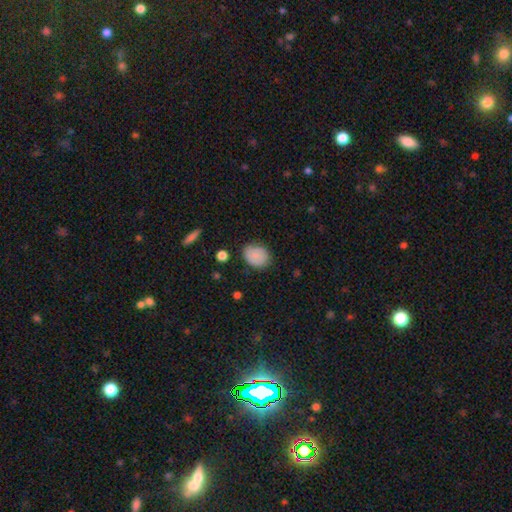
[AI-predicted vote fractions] This appears to be a smooth galaxy with no disk features (80%) that is round (56%). Merging: none (73%).